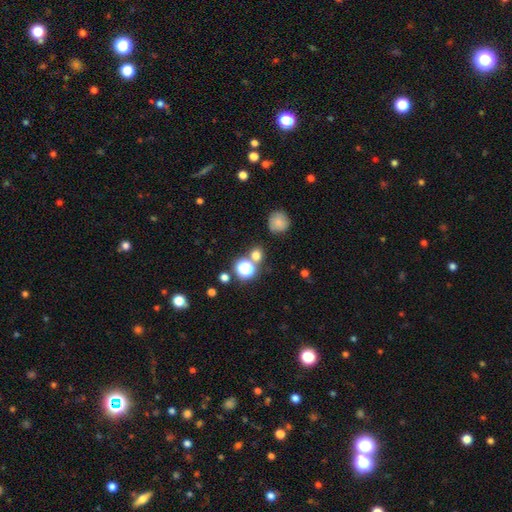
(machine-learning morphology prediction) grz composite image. It shows a smooth galaxy with no disk features (61%) that is round (82%). Merging: none (70%).